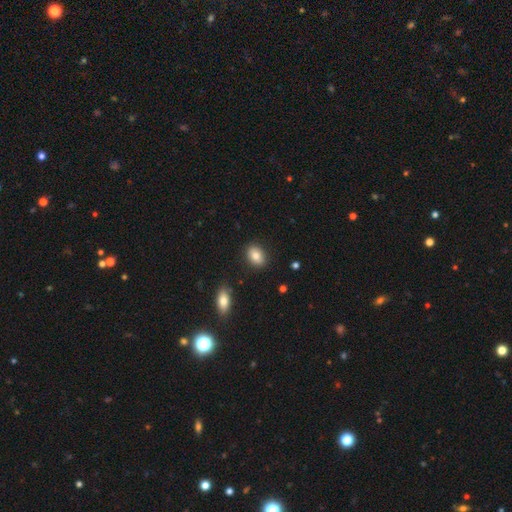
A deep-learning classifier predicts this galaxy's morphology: smooth 81%, featured or disk 10%, star or artifact 8%. Down the decision tree: how rounded — in between (72%); merging — none (87%).